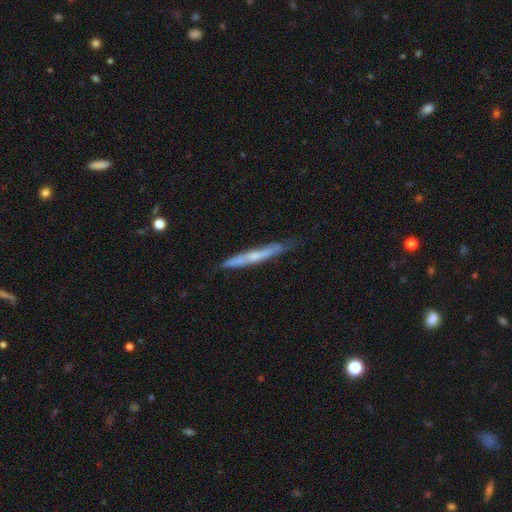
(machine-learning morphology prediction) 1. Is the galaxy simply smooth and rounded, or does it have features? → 51% featured or disk, 43% smooth, 6% star or artifact.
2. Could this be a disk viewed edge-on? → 85% yes, 15% no.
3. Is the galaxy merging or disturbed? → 70% none, 23% minor disturbance, 5% major disturbance, 2% merger.